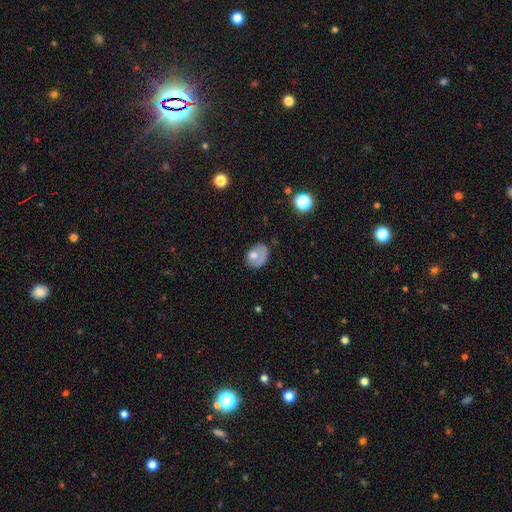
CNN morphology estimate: smooth-or-featured: smooth: 68% | featured or disk: 23% | star or artifact: 9%
  how-rounded: in between: 57% | round: 42% | cigar-shaped: 1%
  merging: none: 44% | minor disturbance: 28% | major disturbance: 22% | merger: 6%